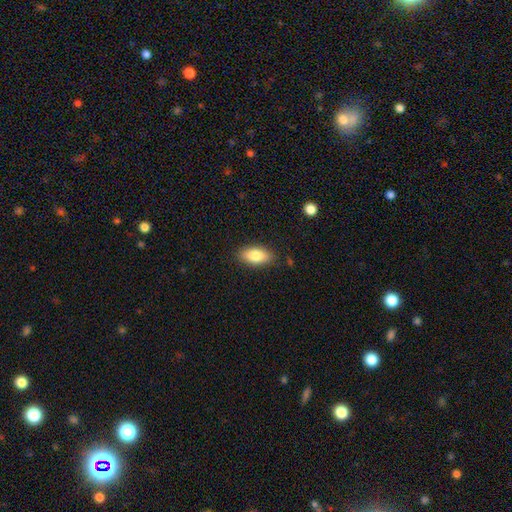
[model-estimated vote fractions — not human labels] Smooth or featured? Predicted: smooth (p=0.81). How rounded? Predicted: in between (p=0.87). Merging? Predicted: none (p=0.86).